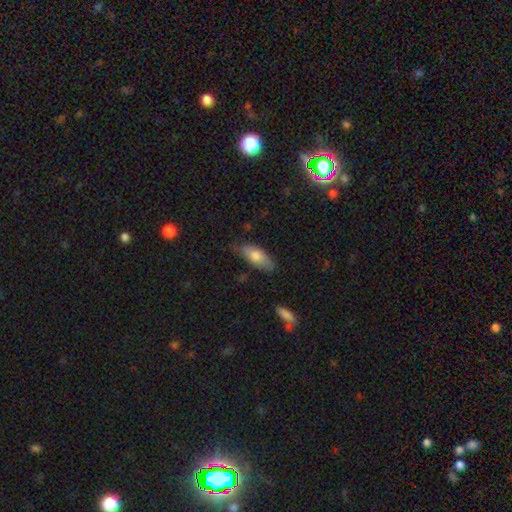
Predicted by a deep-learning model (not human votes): Smooth or featured? smooth (74%)
How rounded? in between (80%)
Merging? none (66%)